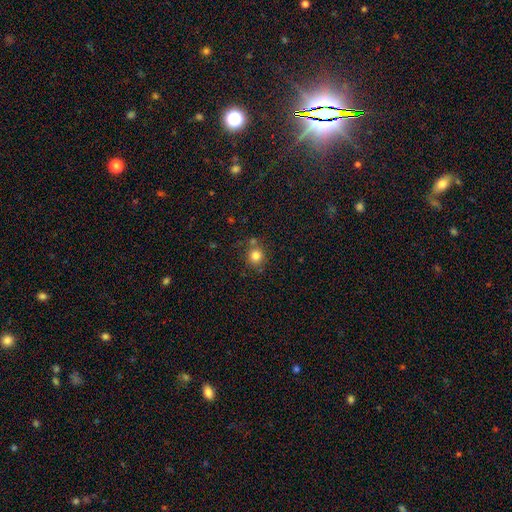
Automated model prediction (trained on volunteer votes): Smooth or featured? smooth (82%)
How rounded? round (89%)
Merging? none (72%)